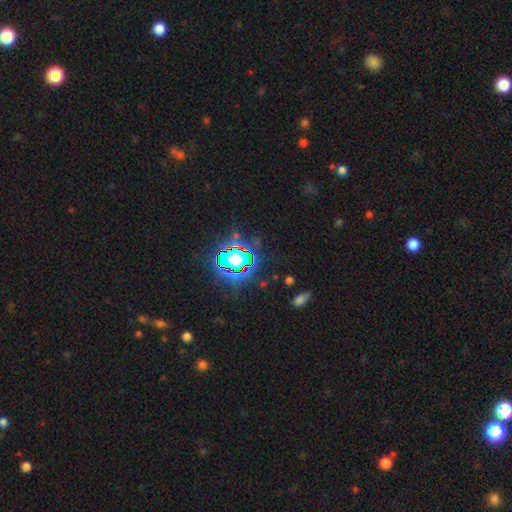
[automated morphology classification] This is clearly a star or artifact rather than a galaxy (81%).